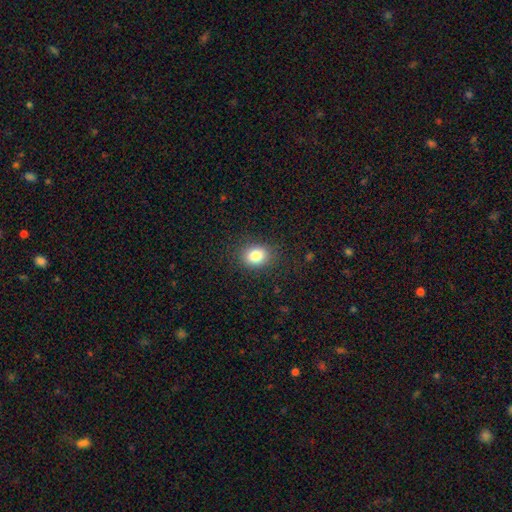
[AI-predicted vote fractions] Q: Smooth or featured?
A: smooth (83%); runner-up: star or artifact (10%)
Q: How rounded?
A: in between (57%); runner-up: round (42%)
Q: Merging?
A: none (85%); runner-up: minor disturbance (10%)